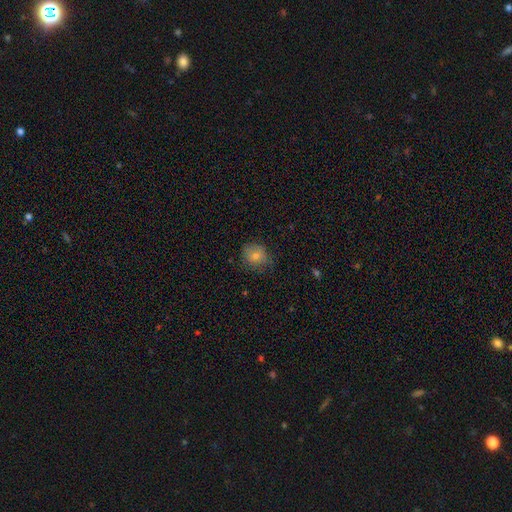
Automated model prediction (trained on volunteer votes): smooth-or-featured: smooth: 70% | featured or disk: 15% | star or artifact: 15%
  how-rounded: round: 81% | in between: 18% | cigar-shaped: 1%
  merging: none: 76% | minor disturbance: 18% | major disturbance: 5% | merger: 1%